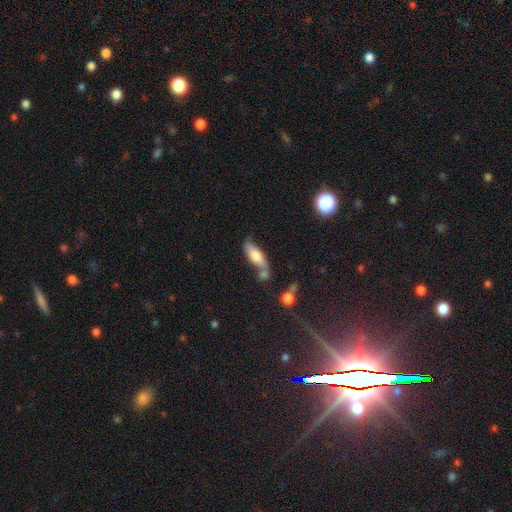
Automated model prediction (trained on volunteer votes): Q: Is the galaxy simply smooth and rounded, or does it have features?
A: smooth — 72%.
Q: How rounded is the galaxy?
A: in between — 62%.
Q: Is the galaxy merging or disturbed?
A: none — 51%.